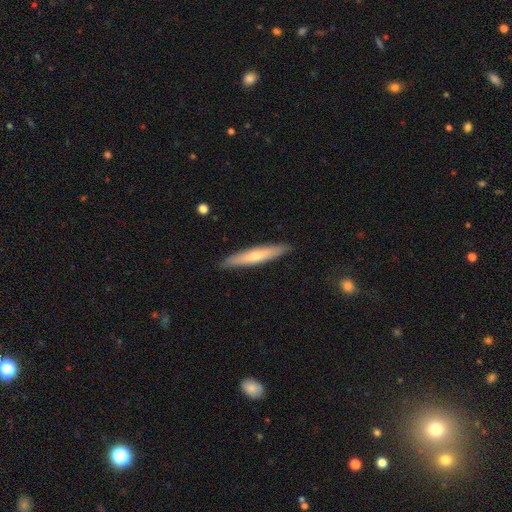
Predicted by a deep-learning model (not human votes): Smooth or featured? smooth (56%)
How rounded? cigar-shaped (92%)
Merging? none (90%)